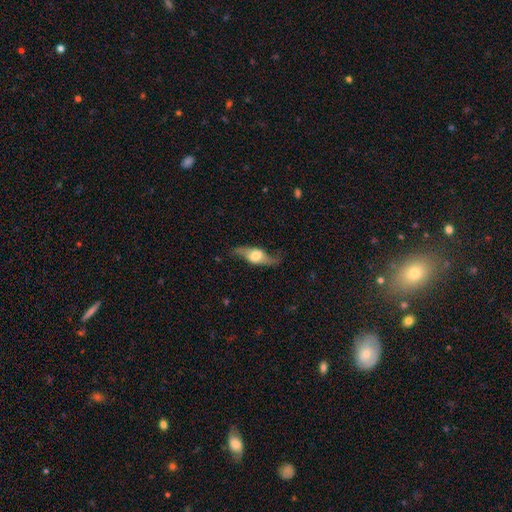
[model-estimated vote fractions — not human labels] Smooth or featured: featured or disk — 65% (smooth — 29%)
Edge-on disk: no — 54% (yes — 46%)
Merging: none — 71% (minor disturbance — 19%)